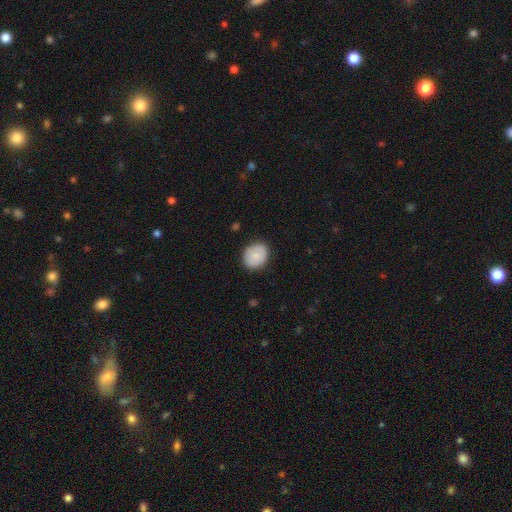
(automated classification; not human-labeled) A smooth galaxy with no disk features (84%) that is round (61%). Merging: none (85%).